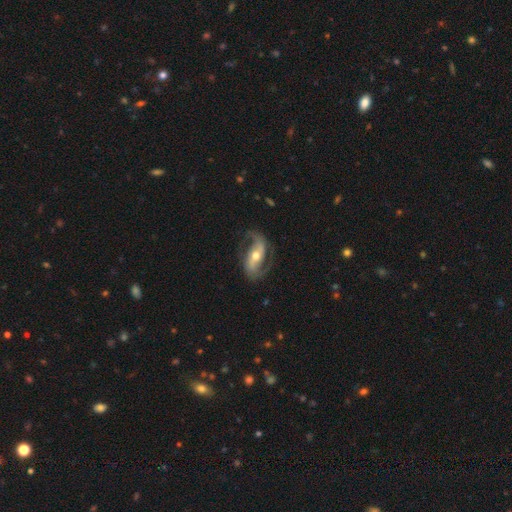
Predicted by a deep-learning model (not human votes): Smooth or featured? featured or disk (87%)
Edge-on disk? no (95%)
Bar? strong (41%)
Spiral arms? yes (96%)
Spiral winding? loose (45%)
Spiral arm count? 2 (91%)
Bulge size? moderate (67%)
Merging? none (75%)